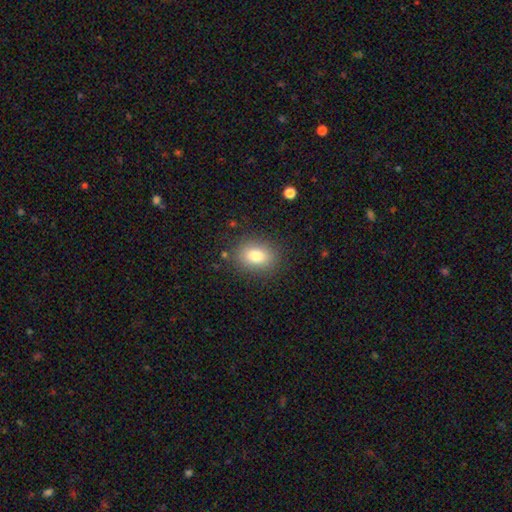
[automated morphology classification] smooth_or_featured: smooth (p=0.82) [alt: star or artifact p=0.10]
how_rounded: in between (p=0.65) [alt: round p=0.34]
merging: none (p=0.84) [alt: minor disturbance p=0.11]